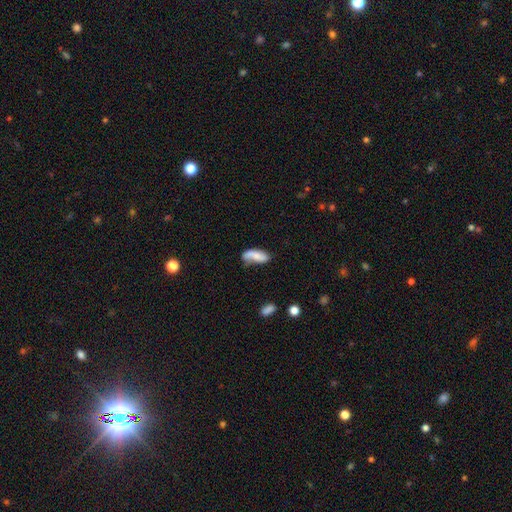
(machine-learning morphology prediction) A smooth galaxy with no disk features (66%) that is in between round and cigar-shaped (77%). Merging: none (41%).